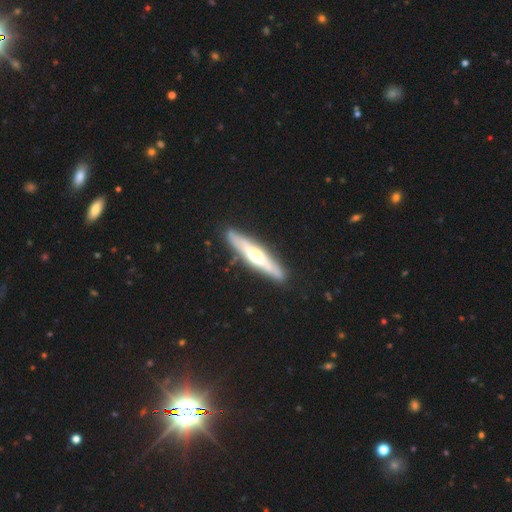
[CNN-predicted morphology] Smooth or featured? featured or disk (64%)
Edge-on disk? yes (87%)
Edge-on bulge? rounded (81%)
Merging? none (87%)